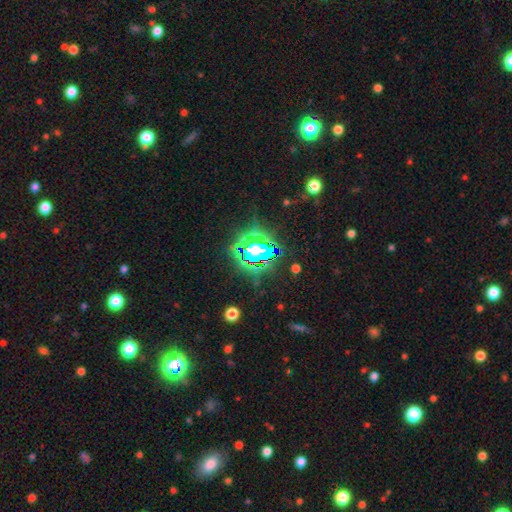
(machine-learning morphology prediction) Smooth or featured?
  - star or artifact: 79% *
  - smooth: 12%
  - featured or disk: 9%